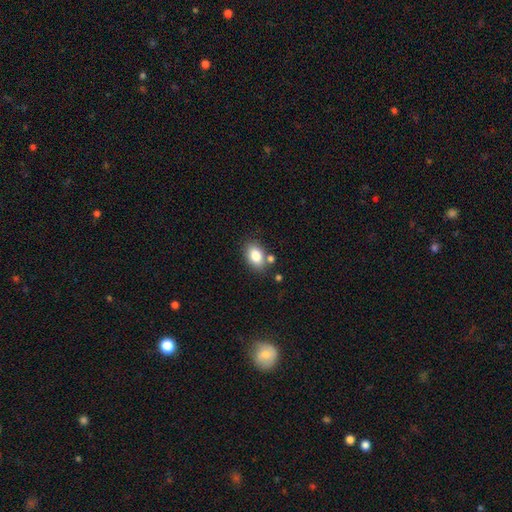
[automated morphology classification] smooth_or_featured: smooth (p=0.83) [alt: star or artifact p=0.09]
how_rounded: in between (p=0.82) [alt: round p=0.17]
merging: none (p=0.74) [alt: minor disturbance p=0.13]